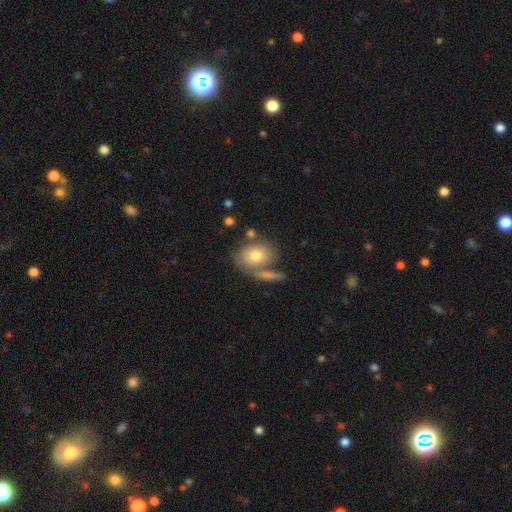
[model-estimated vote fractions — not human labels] Q: Smooth or featured?
A: smooth (72%); runner-up: featured or disk (20%)
Q: How rounded?
A: in between (54%); runner-up: round (43%)
Q: Merging?
A: none (53%); runner-up: merger (26%)